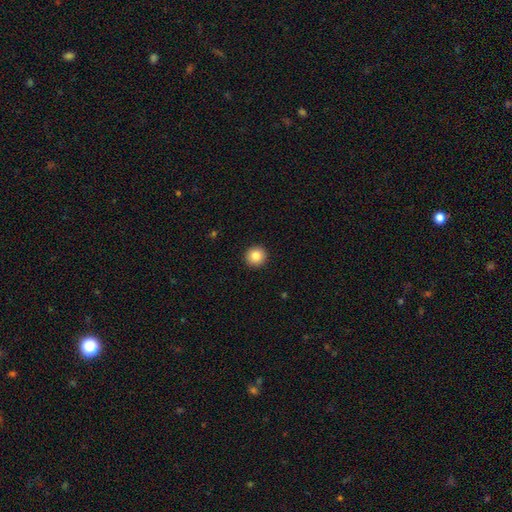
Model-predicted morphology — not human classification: Overall: smooth (84%). How rounded: round (95%). Merging: none (93%).